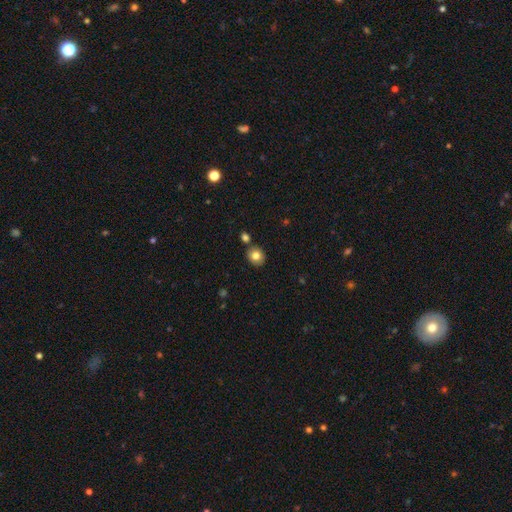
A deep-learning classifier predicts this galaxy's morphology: Smooth or featured? smooth (80%)
How rounded? round (75%)
Merging? none (80%)